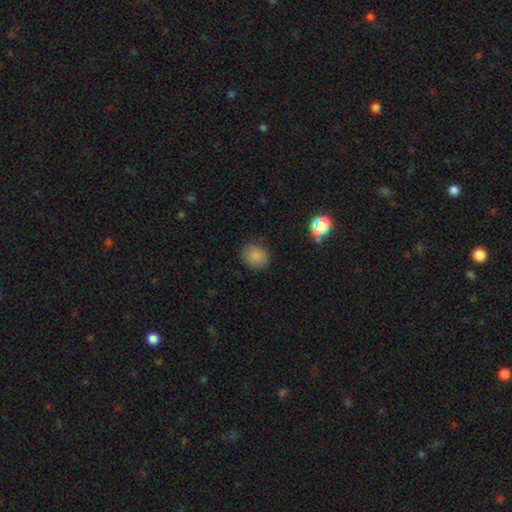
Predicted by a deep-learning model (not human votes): A smooth galaxy with no disk features (83%) that is round (76%).

Vote fractions:
- Smooth or featured? smooth: 83% / star or artifact: 13% / featured or disk: 4%
- How rounded? round: 76% / in between: 23% / cigar-shaped: 1%
- Merging? none: 84% / minor disturbance: 11% / major disturbance: 3% / merger: 1%